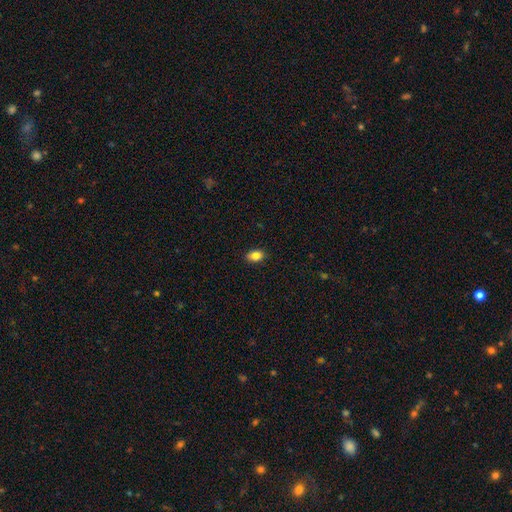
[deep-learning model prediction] smooth-or-featured: smooth: 85% | star or artifact: 9% | featured or disk: 6%
  how-rounded: in between: 82% | round: 16% | cigar-shaped: 2%
  merging: none: 89% | minor disturbance: 9% | major disturbance: 2% | merger: 1%